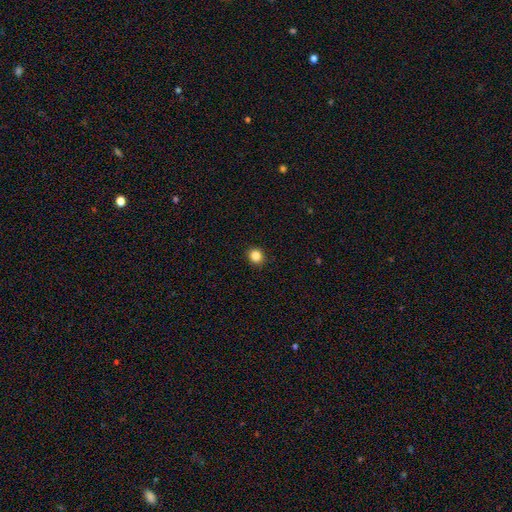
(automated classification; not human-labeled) smooth 85%, star or artifact 11%, featured or disk 4%. Down the decision tree: how rounded — round (84%); merging — none (92%).